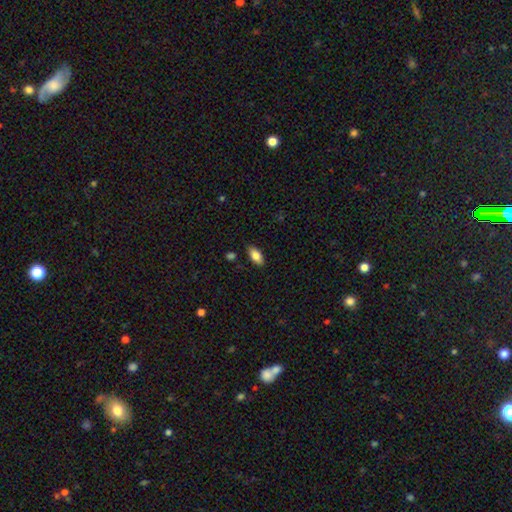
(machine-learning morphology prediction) Smooth or featured: smooth — 81% (featured or disk — 12%)
How rounded: in between — 89% (cigar-shaped — 8%)
Merging: none — 86% (minor disturbance — 10%)